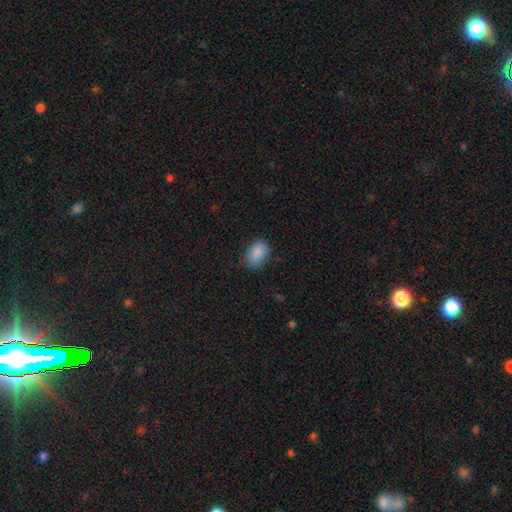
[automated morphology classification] A smooth galaxy with no disk features (89%) that is in between round and cigar-shaped (85%).

Vote fractions:
- Smooth or featured? smooth: 89% / star or artifact: 8% / featured or disk: 4%
- How rounded? in between: 85% / round: 14% / cigar-shaped: 1%
- Merging? none: 79% / minor disturbance: 17% / major disturbance: 3% / merger: 1%